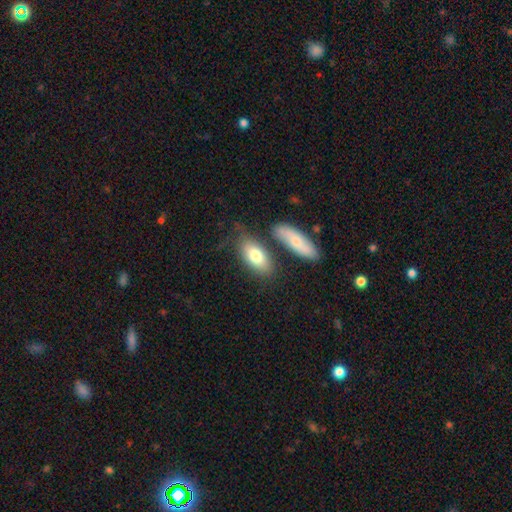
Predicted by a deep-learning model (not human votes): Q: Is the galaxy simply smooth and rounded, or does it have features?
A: smooth — 76%.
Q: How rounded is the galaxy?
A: in between — 88%.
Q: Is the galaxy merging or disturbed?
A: none — 65%.